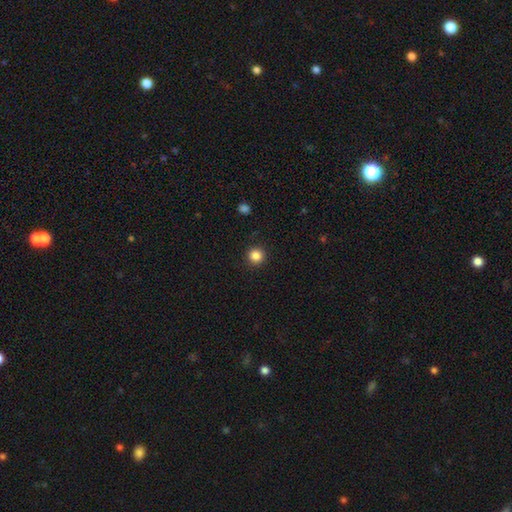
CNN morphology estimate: The model was most divided on "smooth or featured": smooth: 85%, star or artifact: 11%, featured or disk: 4%. More confident: how rounded — round (95%); merging — none (92%).